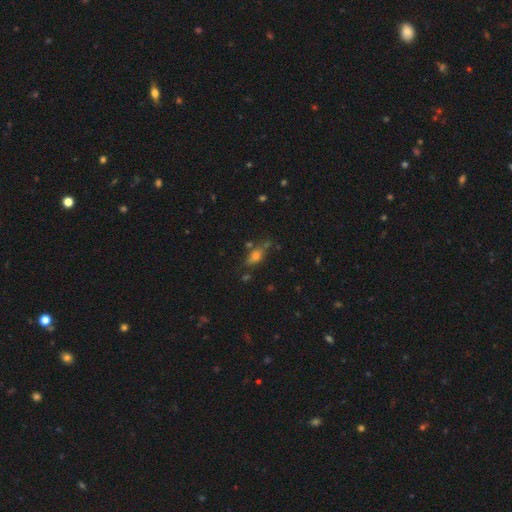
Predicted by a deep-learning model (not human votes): smooth-or-featured: smooth: 49% | featured or disk: 32% | star or artifact: 20%
  merging: none: 65% | minor disturbance: 20% | major disturbance: 8% | merger: 7%